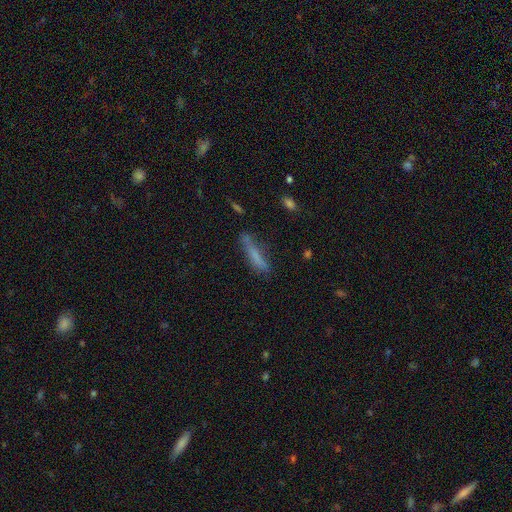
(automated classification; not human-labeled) Q: Smooth or featured?
A: smooth (66%); runner-up: featured or disk (24%)
Q: How rounded?
A: cigar-shaped (87%); runner-up: in between (11%)
Q: Merging?
A: none (65%); runner-up: minor disturbance (22%)